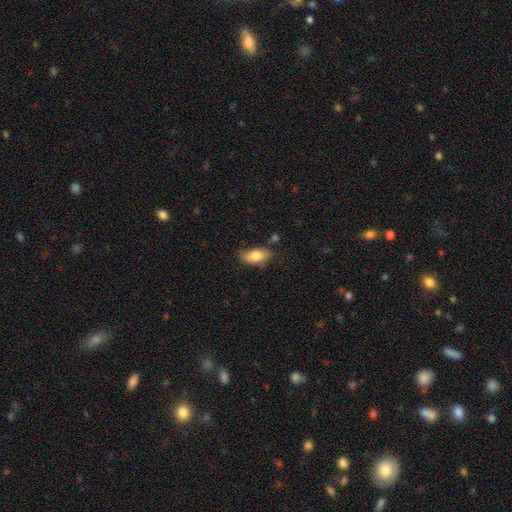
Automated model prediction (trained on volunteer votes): Smooth or featured? Predicted: smooth (p=0.81). How rounded? Predicted: in between (p=0.89). Merging? Predicted: none (p=0.70).